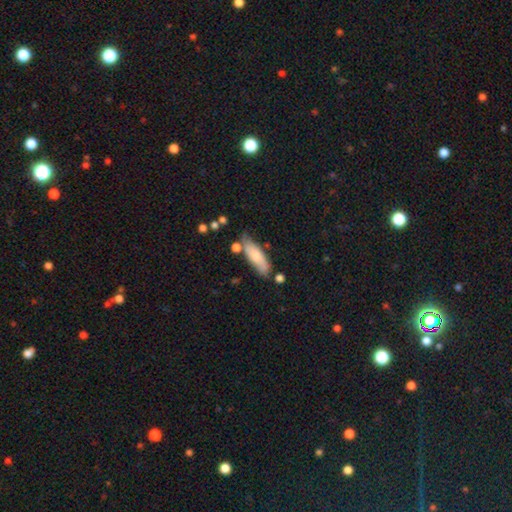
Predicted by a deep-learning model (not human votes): Morphology: type=smooth (71%); roundness=in between (57%); merging=none (62%).